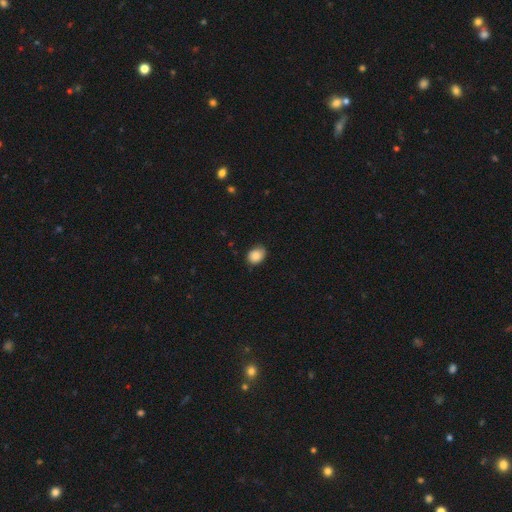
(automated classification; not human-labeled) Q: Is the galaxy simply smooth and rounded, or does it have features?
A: smooth — 88%.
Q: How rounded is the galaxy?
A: in between — 59%.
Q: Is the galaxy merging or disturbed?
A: none — 80%.